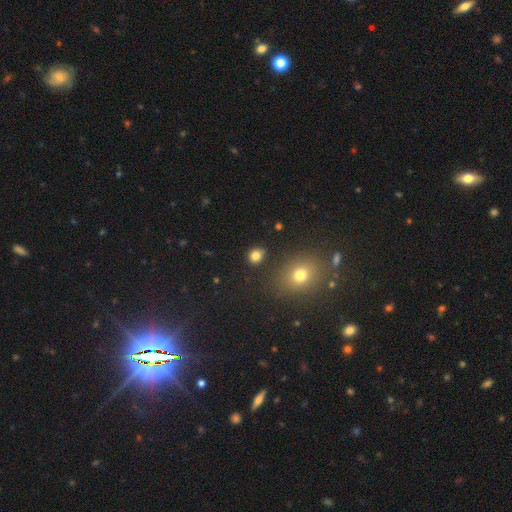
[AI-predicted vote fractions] Smooth or featured? smooth (81%)
How rounded? round (67%)
Merging? none (85%)